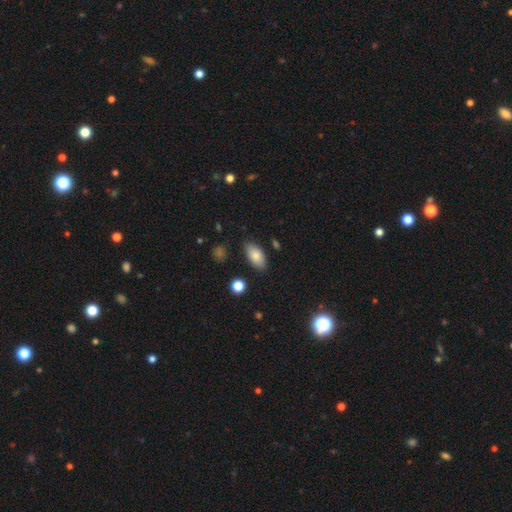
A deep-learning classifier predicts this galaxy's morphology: Overall: smooth (82%). How rounded: in between (92%). Merging: none (82%).